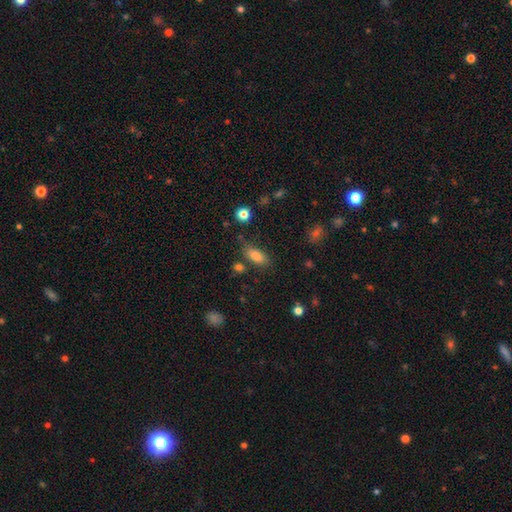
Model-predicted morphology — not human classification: Smooth or featured? smooth (83%)
How rounded? in between (84%)
Merging? none (71%)